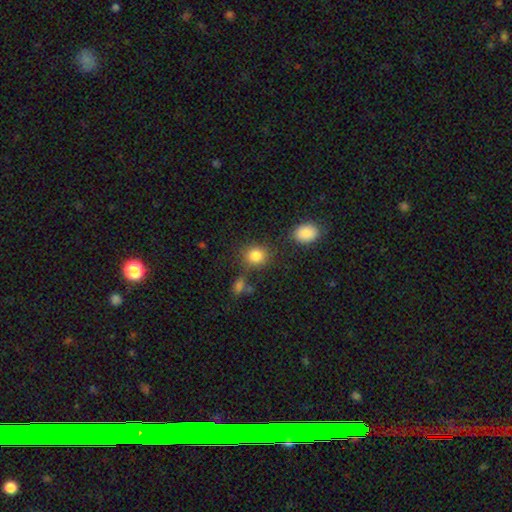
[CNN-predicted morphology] Smooth or featured: smooth — 85% (star or artifact — 10%)
How rounded: round — 78% (in between — 21%)
Merging: none — 74% (minor disturbance — 12%)